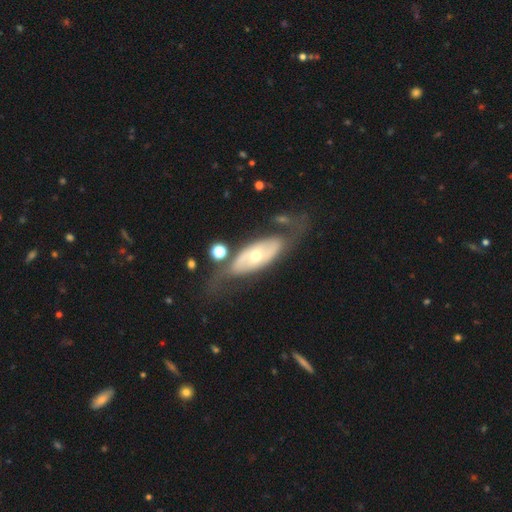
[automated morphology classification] A featured or disk galaxy (66%) with no bar (76%), no spiral arms (53%) and a moderate central bulge (52%).

Vote fractions:
- Smooth or featured? featured or disk: 66% / smooth: 28% / star or artifact: 6%
- Edge-on disk? no: 83% / yes: 17%
- Bar? no: 76% / weak: 15% / strong: 9%
- Spiral arms? no: 53% / yes: 47%
- Bulge size? moderate: 52% / small: 42% / large: 4% / dominant: 1% / none: 1%
- Merging? none: 60% / minor disturbance: 19% / major disturbance: 16% / merger: 5%